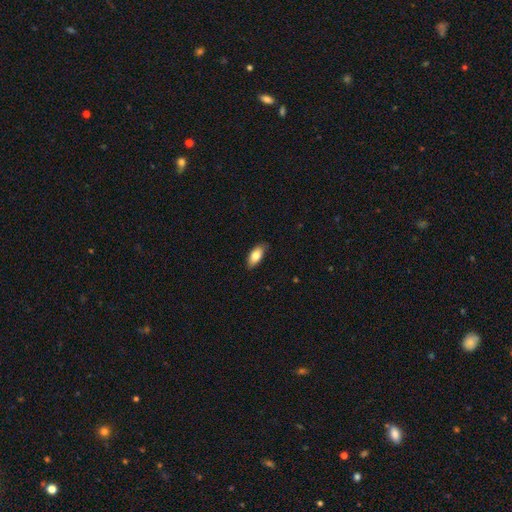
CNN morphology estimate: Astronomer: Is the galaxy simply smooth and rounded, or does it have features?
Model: smooth — 80%.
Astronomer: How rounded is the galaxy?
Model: in between — 87%.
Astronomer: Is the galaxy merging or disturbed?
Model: none — 84%.